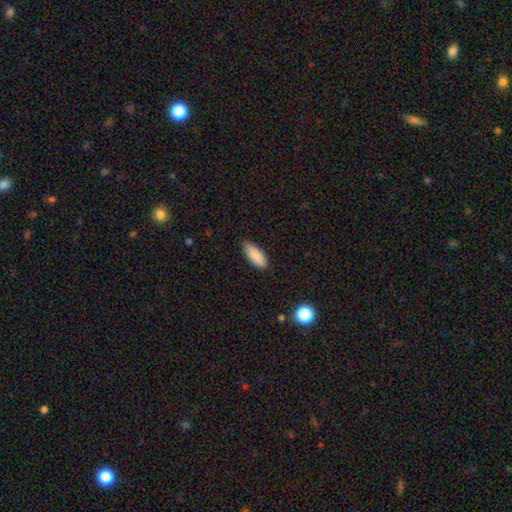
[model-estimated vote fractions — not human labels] This appears to be a smooth galaxy with no disk features (89%) that is in between round and cigar-shaped (78%). Merging: none (81%).